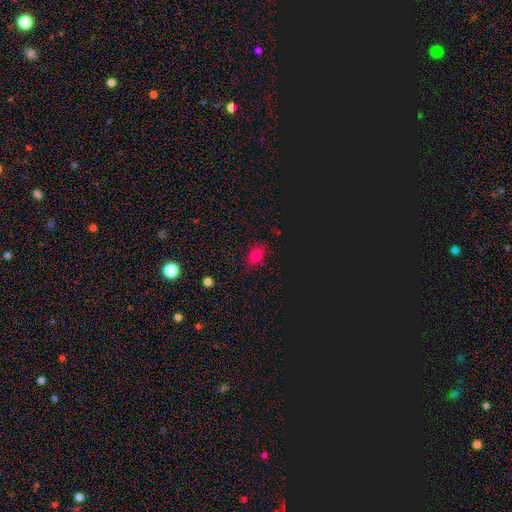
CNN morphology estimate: This appears to be a smooth galaxy with no disk features (72%) that is in between round and cigar-shaped (71%). Merging: none (82%).